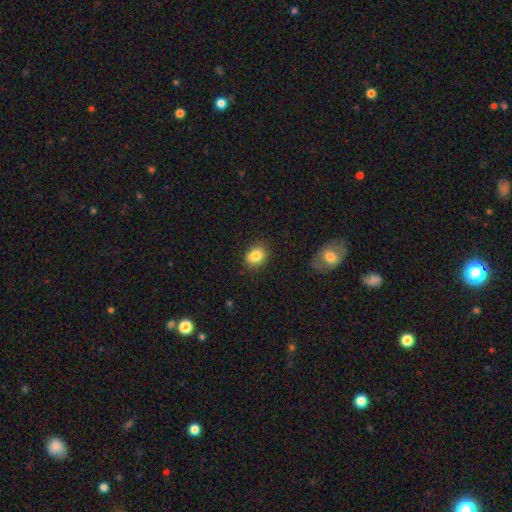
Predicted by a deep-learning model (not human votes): smooth 82%, star or artifact 9%, featured or disk 9%. Down the decision tree: how rounded — in between (51%); merging — none (79%).